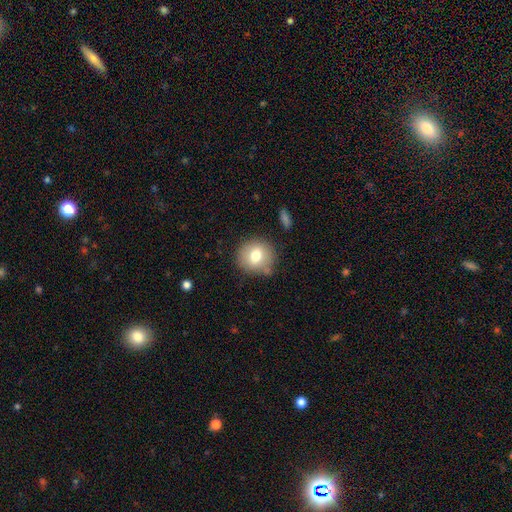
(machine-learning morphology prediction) Smooth or featured? Predicted: smooth (p=0.75). How rounded? Predicted: round (p=0.87). Merging? Predicted: none (p=0.78).